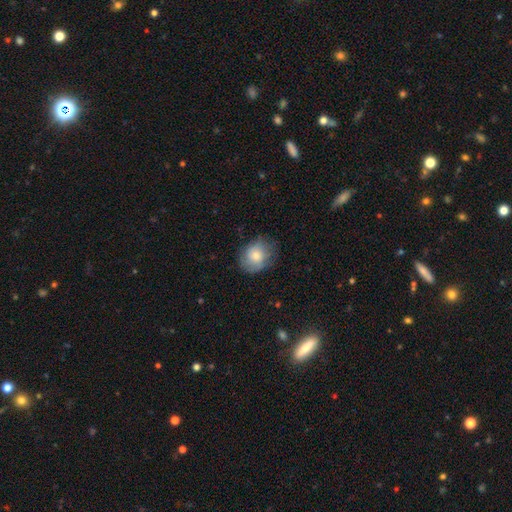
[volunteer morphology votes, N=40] A smooth galaxy with no disk features (68%) that is in between round and cigar-shaped (52%). Merging: none (60%).